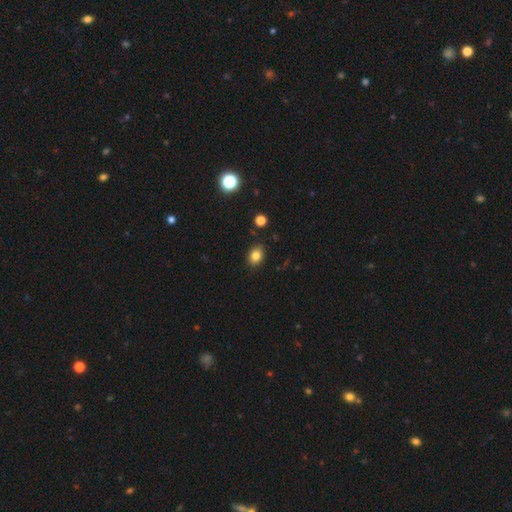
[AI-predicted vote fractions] Smooth or featured? Predicted: smooth (p=0.82). How rounded? Predicted: in between (p=0.61). Merging? Predicted: none (p=0.84).